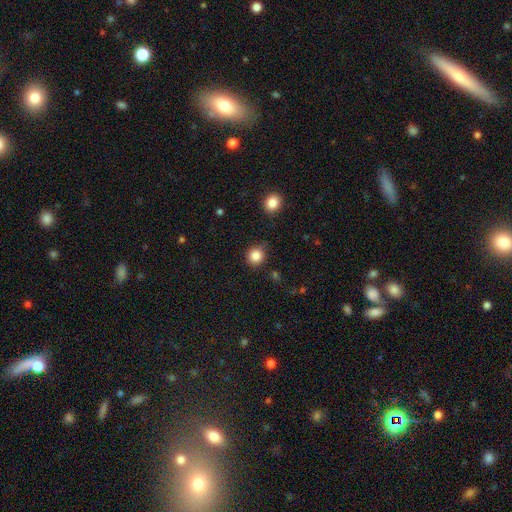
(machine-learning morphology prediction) Smooth or featured? smooth (85%)
How rounded? round (88%)
Merging? none (78%)